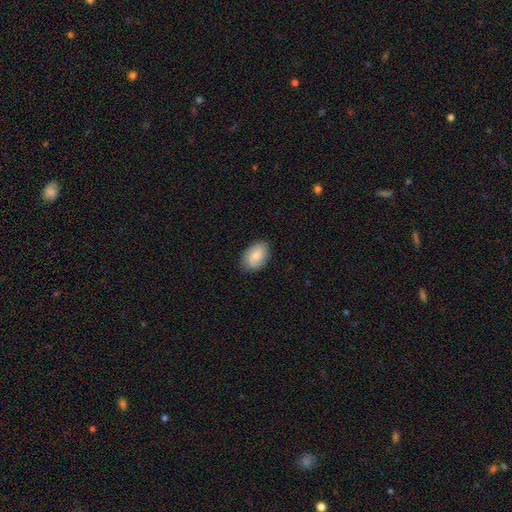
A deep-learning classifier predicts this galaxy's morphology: type=smooth (77%); roundness=in between (86%); merging=none (84%).